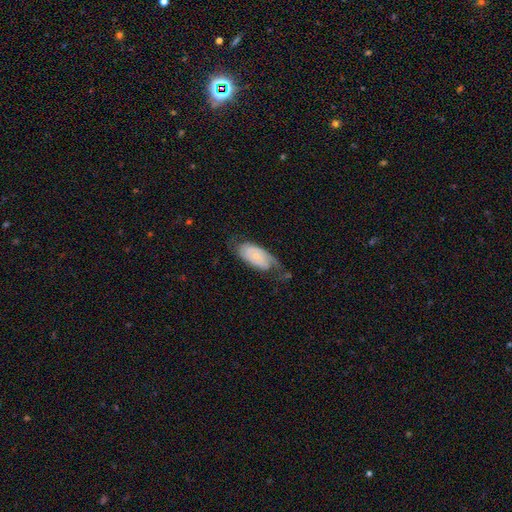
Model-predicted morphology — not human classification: Smooth or featured?
  - featured or disk: 69% *
  - smooth: 25%
  - star or artifact: 6%
Edge-on disk?
  - no: 95% *
  - yes: 5%
Bar?
  - no: 68% *
  - weak: 26%
  - strong: 6%
Spiral arms?
  - yes: 90% *
  - no: 10%
Spiral winding?
  - tight: 49% *
  - medium: 34%
  - loose: 17%
Spiral arm count?
  - 2: 60% *
  - can't tell: 20%
  - 1: 13%
  - 3: 4%
  - 4: 2%
  - more than 4: 2%
Bulge size?
  - small: 70% *
  - moderate: 22%
  - none: 5%
  - large: 2%
  - dominant: 1%
Merging?
  - none: 50% *
  - minor disturbance: 27%
  - major disturbance: 20%
  - merger: 2%